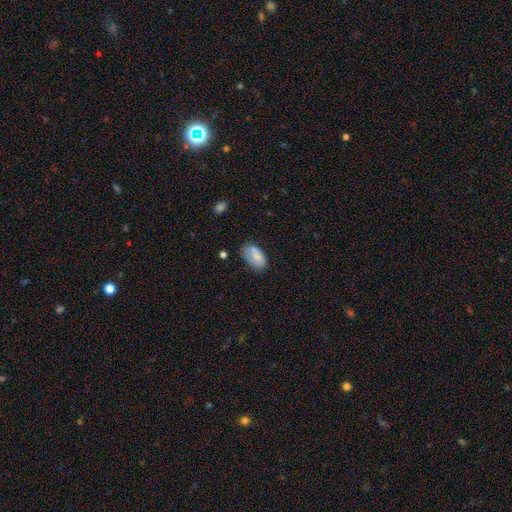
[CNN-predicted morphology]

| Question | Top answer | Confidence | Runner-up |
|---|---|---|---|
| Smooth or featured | smooth | 80% | featured or disk (13%) |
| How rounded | in between | 94% | round (4%) |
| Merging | none | 65% | minor disturbance (26%) |